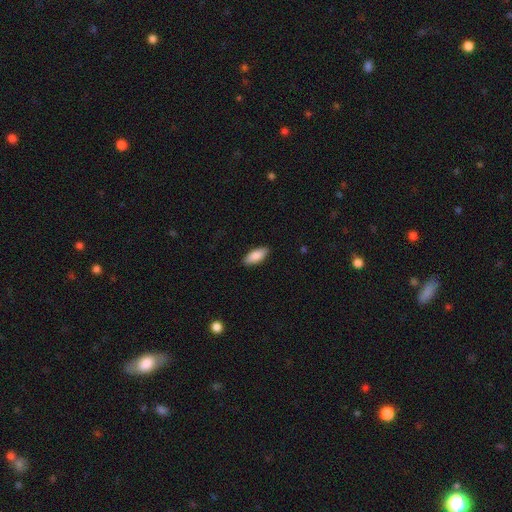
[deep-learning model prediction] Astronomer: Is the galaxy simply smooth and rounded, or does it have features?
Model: smooth — 87%.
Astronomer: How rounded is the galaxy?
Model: in between — 83%.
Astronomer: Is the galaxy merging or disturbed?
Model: none — 88%.